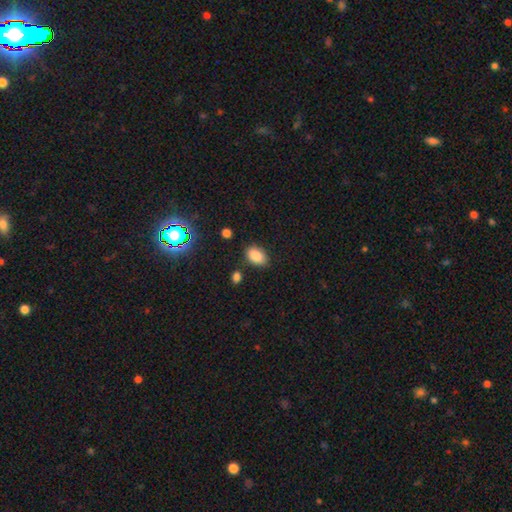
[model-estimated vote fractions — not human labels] Morphology: type=smooth (85%); roundness=in between (88%); merging=none (80%).